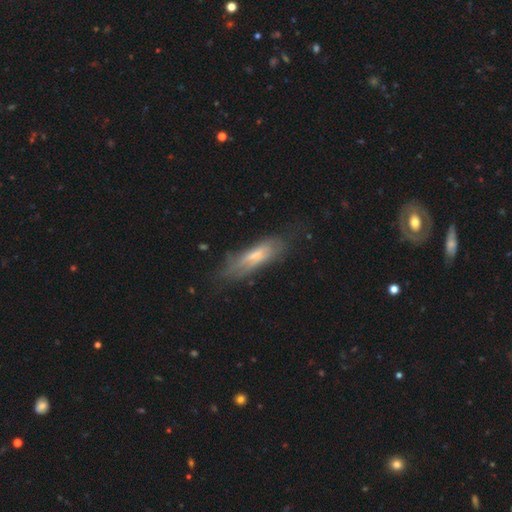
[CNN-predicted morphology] type=smooth (48%); merging=none (57%).